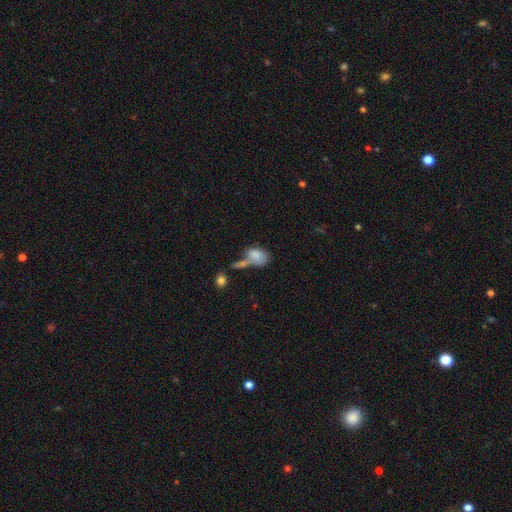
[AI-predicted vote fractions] Smooth or featured? smooth (78%)
How rounded? in between (89%)
Merging? merger (42%)